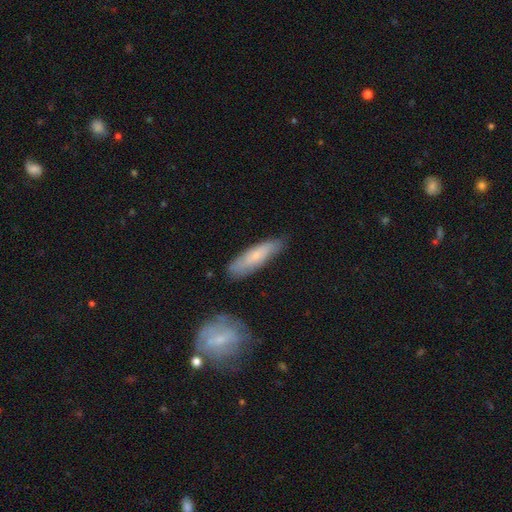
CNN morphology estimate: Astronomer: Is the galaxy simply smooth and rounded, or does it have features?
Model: smooth — 61%.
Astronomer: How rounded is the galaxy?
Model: cigar-shaped — 63%.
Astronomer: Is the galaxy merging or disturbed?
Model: none — 75%.